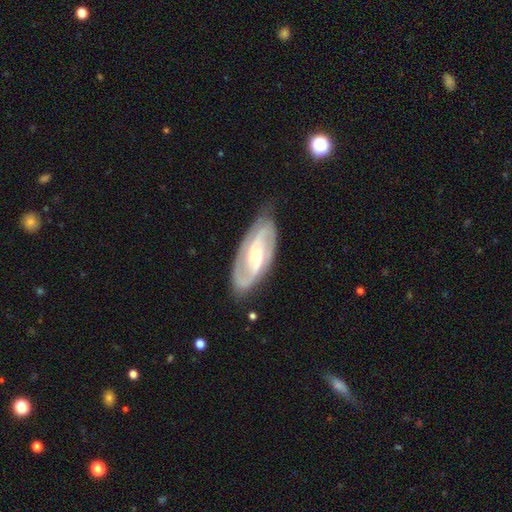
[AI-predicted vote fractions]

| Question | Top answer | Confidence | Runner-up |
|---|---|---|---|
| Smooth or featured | featured or disk | 87% | smooth (8%) |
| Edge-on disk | no | 94% | yes (6%) |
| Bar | weak | 41% | no (37%) |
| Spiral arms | yes | 96% | no (4%) |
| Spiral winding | medium | 49% | tight (35%) |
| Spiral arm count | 2 | 84% | can't tell (6%) |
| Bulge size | moderate | 52% | small (43%) |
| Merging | none | 78% | minor disturbance (16%) |